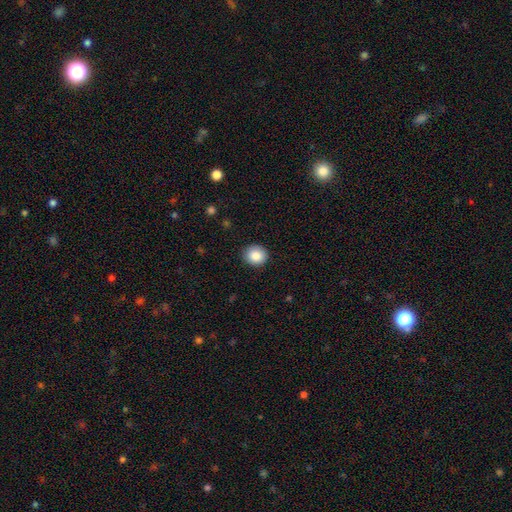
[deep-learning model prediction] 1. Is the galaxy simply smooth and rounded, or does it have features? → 86% smooth, 9% star or artifact, 5% featured or disk.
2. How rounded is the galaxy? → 81% round, 18% in between, 1% cigar-shaped.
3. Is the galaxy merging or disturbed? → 91% none, 7% minor disturbance, 2% major disturbance, 1% merger.